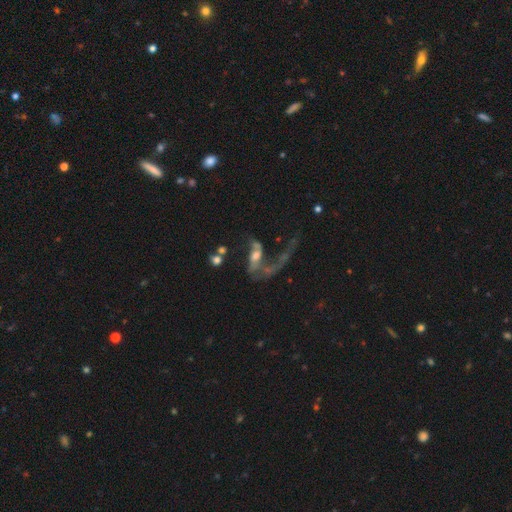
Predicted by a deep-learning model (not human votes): Q: Smooth or featured?
A: featured or disk (70%); runner-up: smooth (19%)
Q: Edge-on disk?
A: no (92%); runner-up: yes (8%)
Q: Bar?
A: no (56%); runner-up: weak (31%)
Q: Spiral arms?
A: yes (72%); runner-up: no (28%)
Q: Bulge size?
A: moderate (49%); runner-up: small (29%)
Q: Merging?
A: major disturbance (48%); runner-up: none (21%)